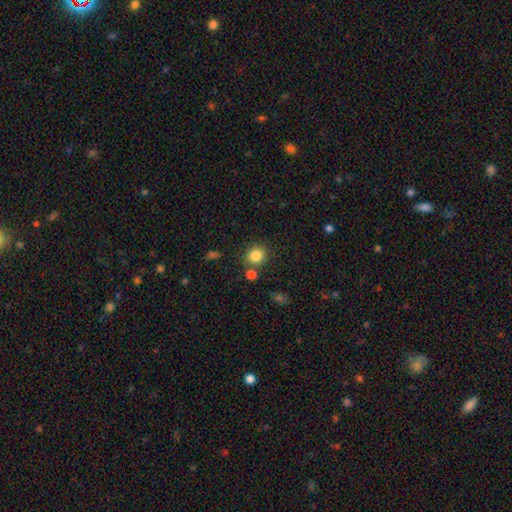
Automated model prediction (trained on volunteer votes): smooth-or-featured: smooth: 84% | star or artifact: 10% | featured or disk: 5%
  how-rounded: round: 80% | in between: 19% | cigar-shaped: 1%
  merging: none: 78% | merger: 10% | minor disturbance: 9% | major disturbance: 3%